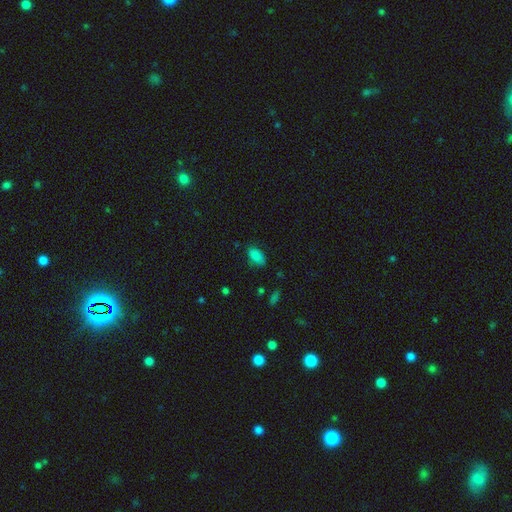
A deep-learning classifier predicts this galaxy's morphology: Smooth or featured: smooth — 84% (star or artifact — 10%)
How rounded: in between — 93% (round — 4%)
Merging: none — 77% (minor disturbance — 18%)